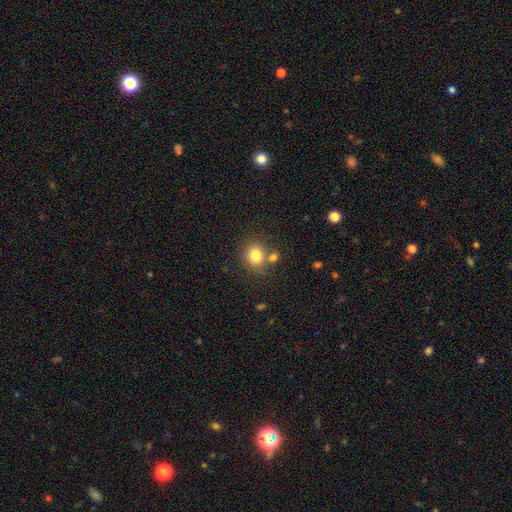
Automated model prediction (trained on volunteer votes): A smooth galaxy with no disk features (81%) that is round (79%). Merging: none (68%).